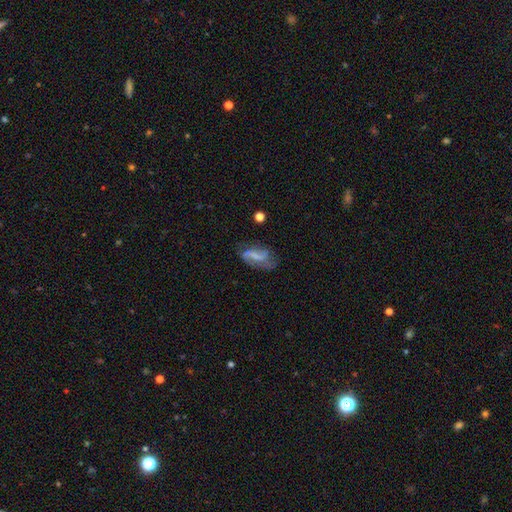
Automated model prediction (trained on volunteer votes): Smooth or featured? Predicted: featured or disk (p=0.67). Edge-on disk? Predicted: no (p=0.96). Bar? Predicted: weak (p=0.41). Spiral arms? Predicted: yes (p=0.86). Spiral winding? Predicted: loose (p=0.63). Spiral arm count? Predicted: 2 (p=0.77). Bulge size? Predicted: none (p=0.51). Merging? Predicted: none (p=0.51).